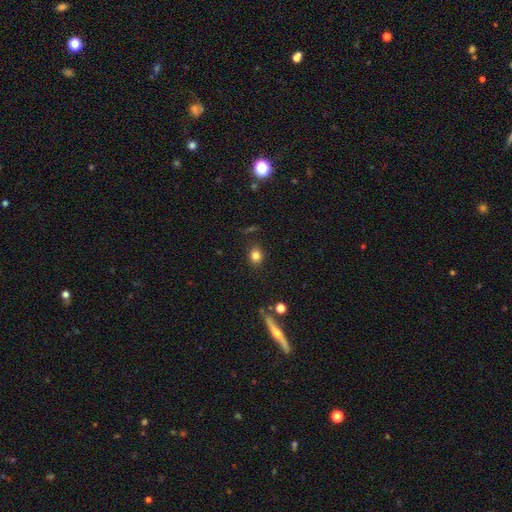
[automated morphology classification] This is clearly a smooth galaxy (82%). How rounded: likely round (68%). Merging: clearly none (85%).